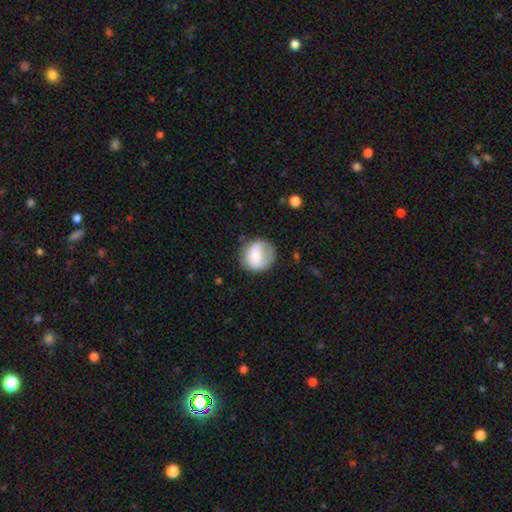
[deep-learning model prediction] smooth 69%, featured or disk 24%, star or artifact 7%. Down the decision tree: how rounded — round (84%); merging — none (65%).